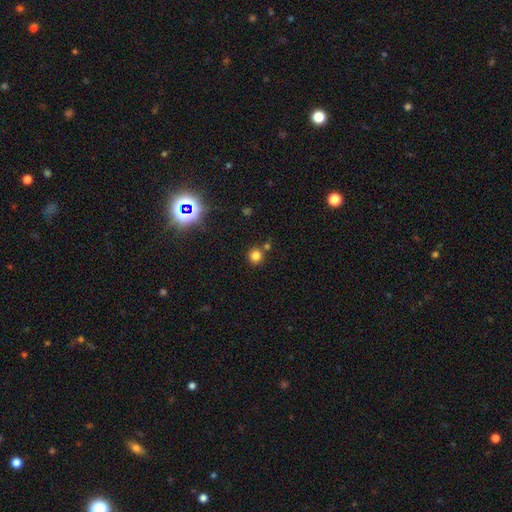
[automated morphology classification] The model was most divided on "merging": none: 75%, merger: 14%, minor disturbance: 8%, major disturbance: 3%. More confident: how rounded — round (93%); smooth or featured — smooth (79%).